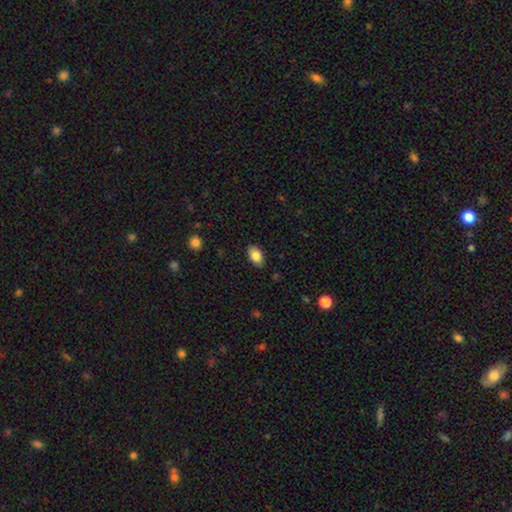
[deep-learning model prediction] Smooth or featured? Predicted: smooth (p=0.85). How rounded? Predicted: in between (p=0.91). Merging? Predicted: none (p=0.86).